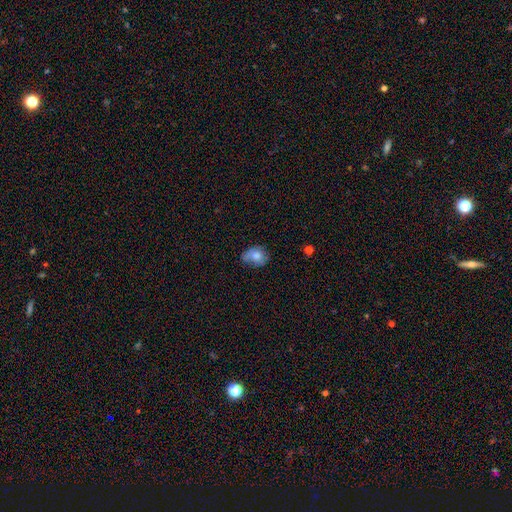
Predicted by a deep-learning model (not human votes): A smooth galaxy with no disk features (73%) that is in between round and cigar-shaped (61%).

Vote fractions:
- Smooth or featured? smooth: 73% / featured or disk: 18% / star or artifact: 9%
- How rounded? in between: 61% / round: 38% / cigar-shaped: 1%
- Merging? none: 43% / minor disturbance: 38% / major disturbance: 16% / merger: 3%